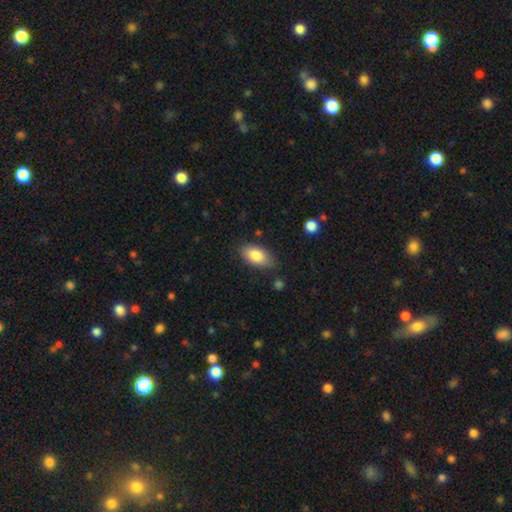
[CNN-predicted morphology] A smooth galaxy with no disk features (82%) that is in between round and cigar-shaped (92%).

Vote fractions:
- Smooth or featured? smooth: 82% / featured or disk: 11% / star or artifact: 7%
- How rounded? in between: 92% / round: 5% / cigar-shaped: 3%
- Merging? none: 79% / minor disturbance: 16% / major disturbance: 3% / merger: 2%